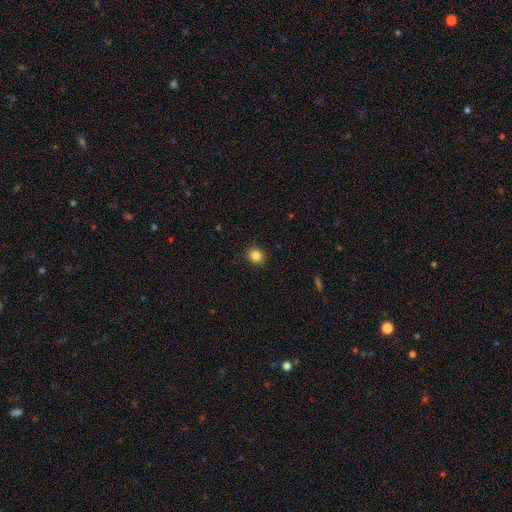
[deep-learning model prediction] Smooth or featured? smooth (85%)
How rounded? round (78%)
Merging? none (90%)